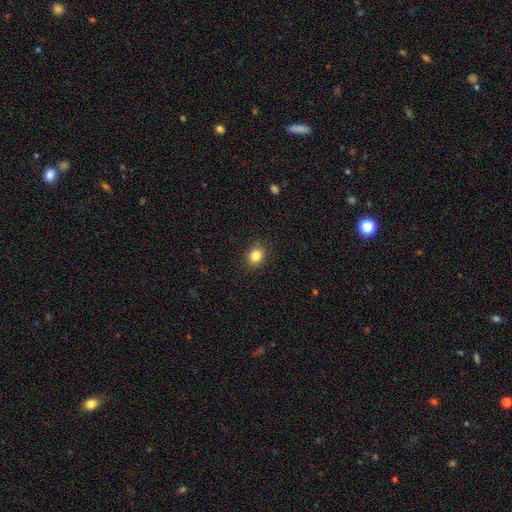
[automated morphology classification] Q: Smooth or featured?
A: smooth (84%); runner-up: star or artifact (10%)
Q: How rounded?
A: round (56%); runner-up: in between (43%)
Q: Merging?
A: none (88%); runner-up: minor disturbance (8%)